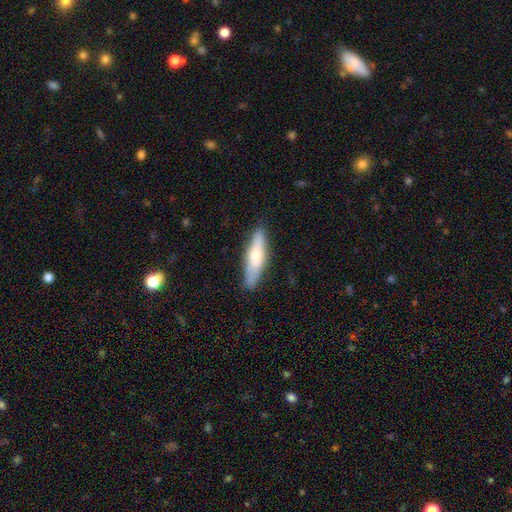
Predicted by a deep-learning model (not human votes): Smooth or featured?
  - smooth: 53% *
  - featured or disk: 40%
  - star or artifact: 7%
How rounded?
  - cigar-shaped: 70% *
  - in between: 28%
  - round: 2%
Merging?
  - none: 86% *
  - minor disturbance: 11%
  - major disturbance: 2%
  - merger: 1%